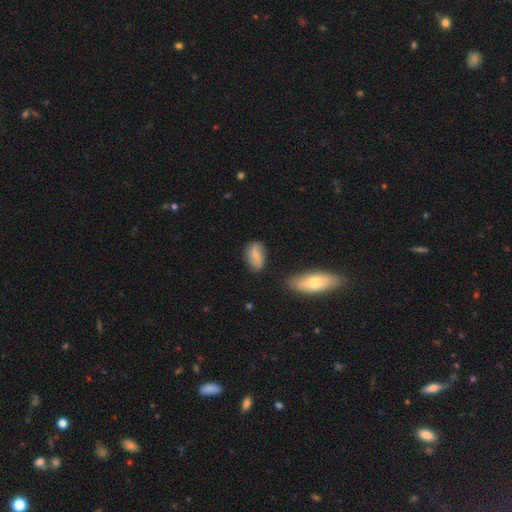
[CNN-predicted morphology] smooth_or_featured: smooth (p=0.66) [alt: featured or disk p=0.26]
how_rounded: in between (p=0.90) [alt: round p=0.06]
merging: none (p=0.73) [alt: minor disturbance p=0.18]